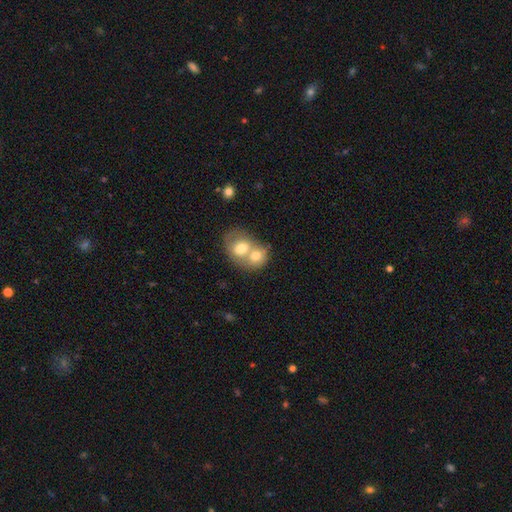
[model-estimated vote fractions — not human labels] smooth-or-featured: smooth: 69% | featured or disk: 23% | star or artifact: 8%
  how-rounded: round: 58% | in between: 42% | cigar-shaped: 1%
  merging: merger: 73% | none: 19% | minor disturbance: 5% | major disturbance: 3%